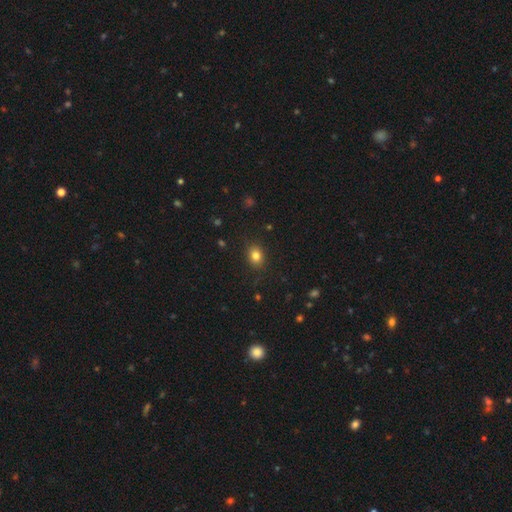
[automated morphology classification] A smooth galaxy with no disk features (81%) that is in between round and cigar-shaped (52%). Merging: none (86%).